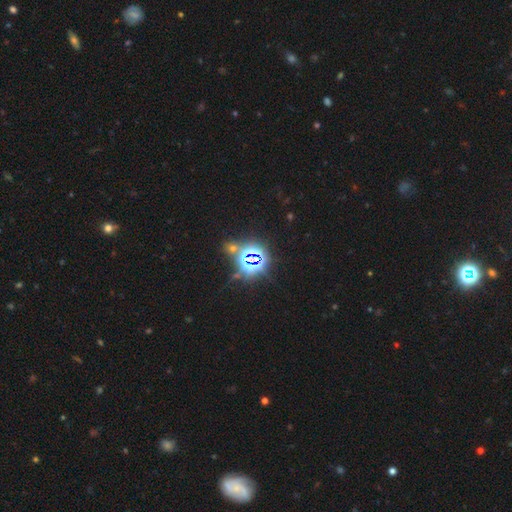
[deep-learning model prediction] Morphology: type=star or artifact (82%).